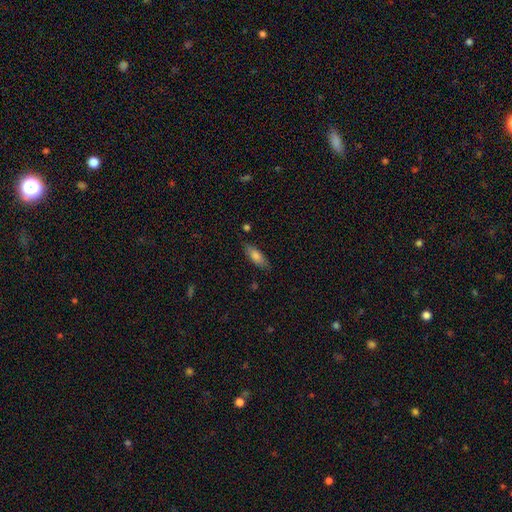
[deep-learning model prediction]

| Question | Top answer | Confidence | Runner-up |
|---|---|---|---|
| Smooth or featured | smooth | 78% | featured or disk (14%) |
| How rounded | in between | 72% | cigar-shaped (26%) |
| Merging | none | 79% | minor disturbance (16%) |